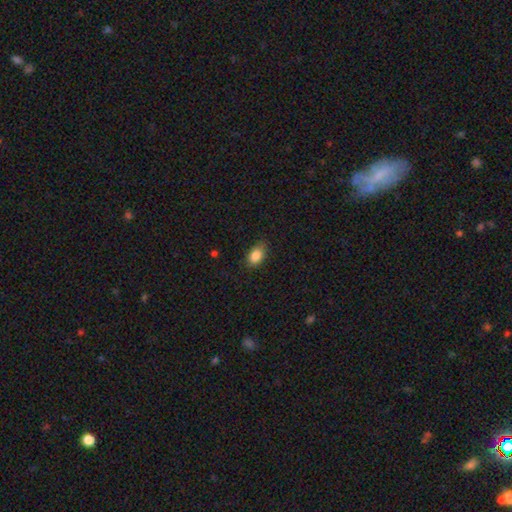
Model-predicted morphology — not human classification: type=smooth (86%); roundness=in between (83%); merging=none (75%).